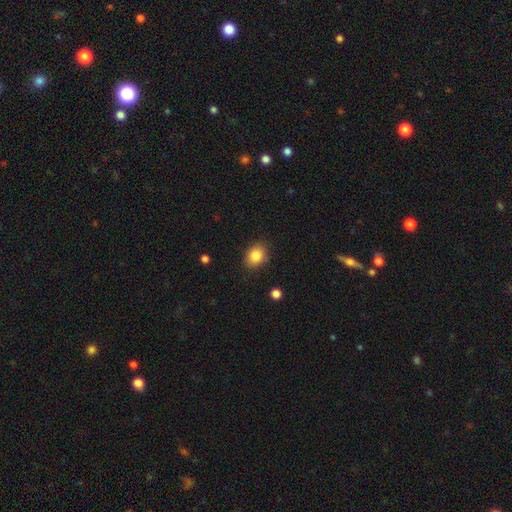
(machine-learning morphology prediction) Smooth or featured? Predicted: smooth (p=0.85). How rounded? Predicted: in between (p=0.57). Merging? Predicted: none (p=0.83).